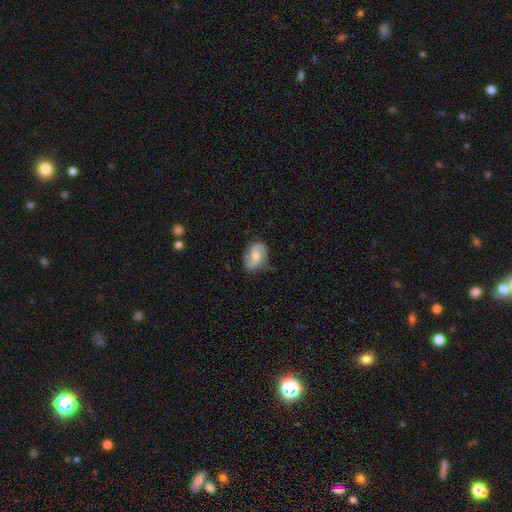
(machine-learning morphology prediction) smooth-or-featured: featured or disk: 58% | smooth: 35% | star or artifact: 7%
  disk-edge-on: no: 97% | yes: 3%
    bar: no: 44% | weak: 43% | strong: 13%
    has-spiral-arms: yes: 90% | no: 10%
      spiral-winding: loose: 42% | medium: 41% | tight: 17%
      spiral-arm-count: 2: 86% | can't tell: 7% | 1: 4% | 3: 2% | 4: 1% | more than 4: 1%
    bulge-size: moderate: 41% | small: 28% | none: 15% | large: 13% | dominant: 2%
  merging: none: 65% | minor disturbance: 25% | major disturbance: 8% | merger: 2%